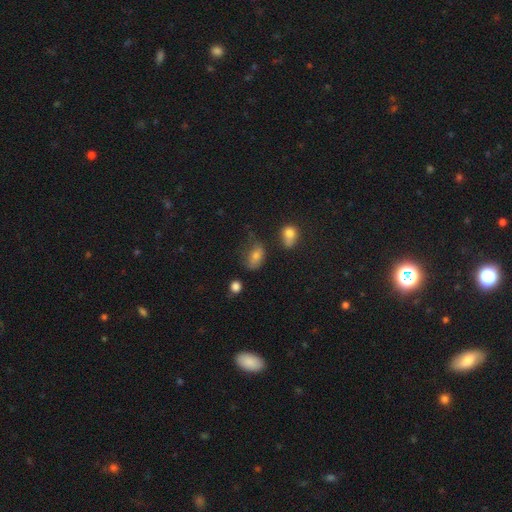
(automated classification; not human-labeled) smooth-or-featured: smooth: 72% | featured or disk: 14% | star or artifact: 14%
  how-rounded: in between: 79% | round: 19% | cigar-shaped: 2%
  merging: none: 43% | minor disturbance: 32% | major disturbance: 17% | merger: 8%